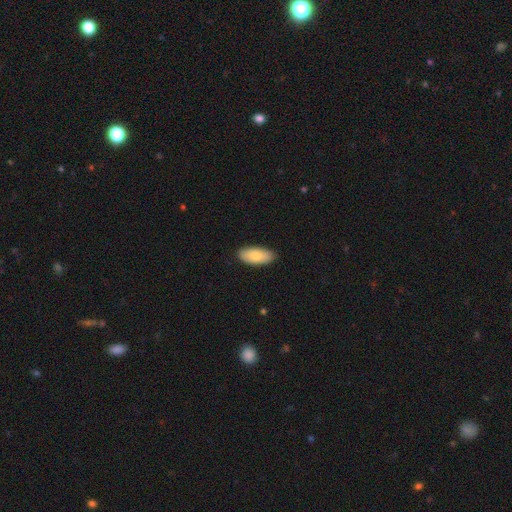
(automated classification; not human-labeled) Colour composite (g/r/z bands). It shows a smooth galaxy with no disk features (82%) that is in between round and cigar-shaped (90%). Merging: none (88%).